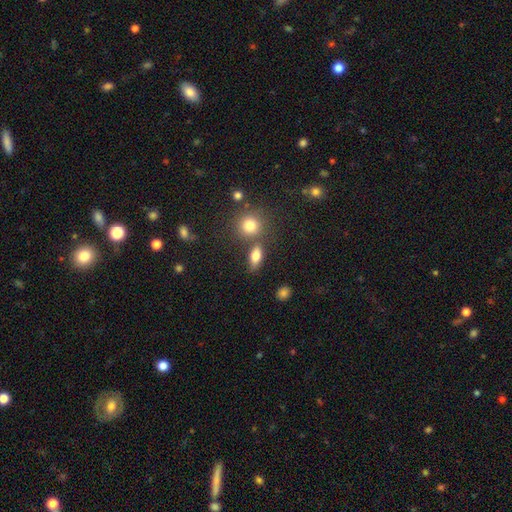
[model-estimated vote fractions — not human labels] Smooth or featured: smooth — 77% (featured or disk — 12%)
How rounded: in between — 74% (cigar-shaped — 13%)
Merging: none — 67% (merger — 14%)